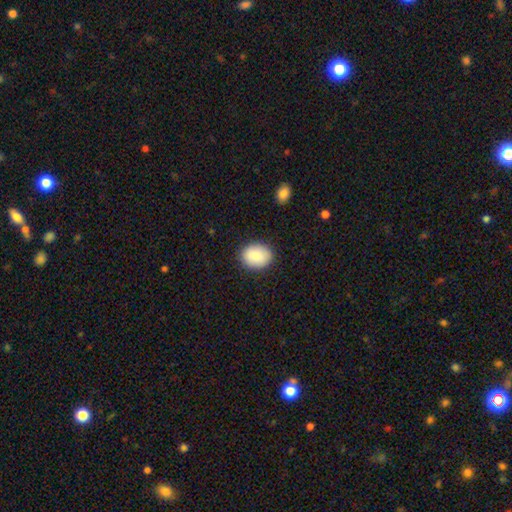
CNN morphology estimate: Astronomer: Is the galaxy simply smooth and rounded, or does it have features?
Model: smooth — 87%.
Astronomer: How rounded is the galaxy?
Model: in between — 59% (runner-up: round, 40%).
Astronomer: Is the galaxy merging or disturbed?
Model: none — 87%.